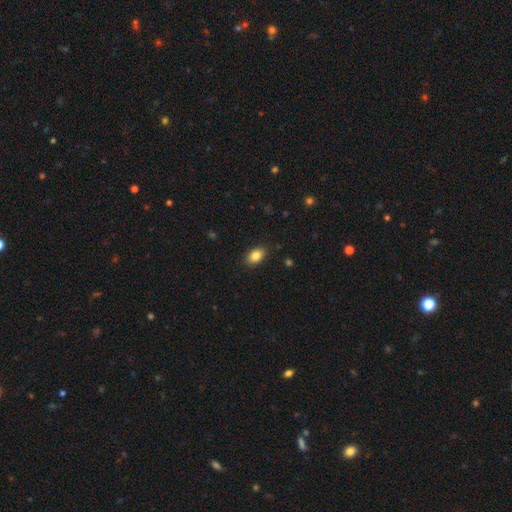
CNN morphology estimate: The model was most divided on "smooth or featured": smooth: 85%, star or artifact: 8%, featured or disk: 7%. More confident: merging — none (88%); how rounded — in between (88%).